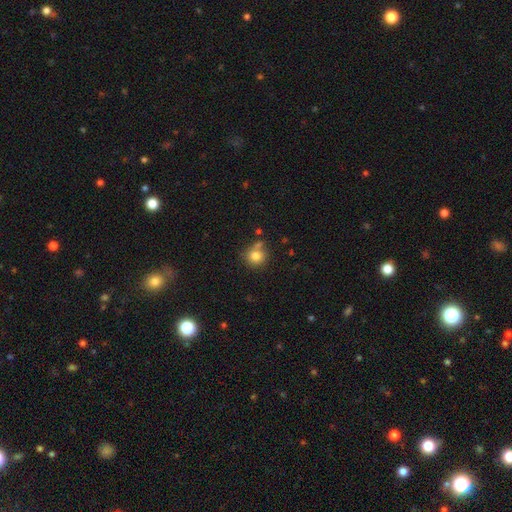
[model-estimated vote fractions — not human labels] Smooth or featured? smooth (81%)
How rounded? round (87%)
Merging? none (63%)